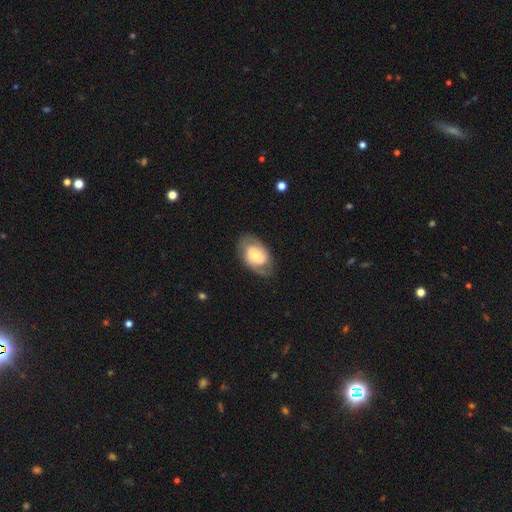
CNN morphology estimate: A featured or disk galaxy (61%) with no bar (44%), spiral arms (75%) and a moderate central bulge (55%). Merging: none (76%).